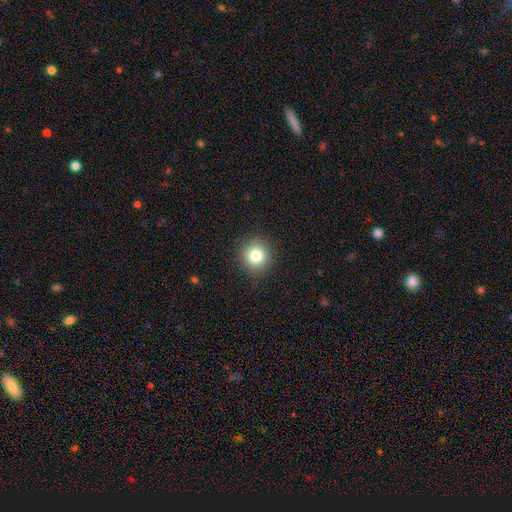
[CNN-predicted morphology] The model was most divided on "smooth or featured": smooth: 82%, star or artifact: 11%, featured or disk: 7%. More confident: how rounded — round (92%); merging — none (90%).